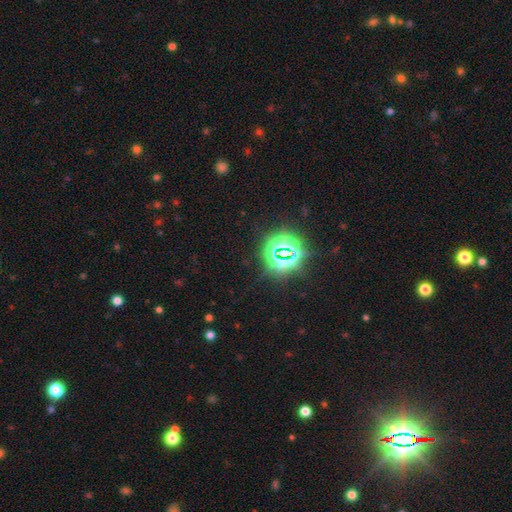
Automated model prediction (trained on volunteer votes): Smooth or featured?
  - star or artifact: 80% *
  - smooth: 13%
  - featured or disk: 7%